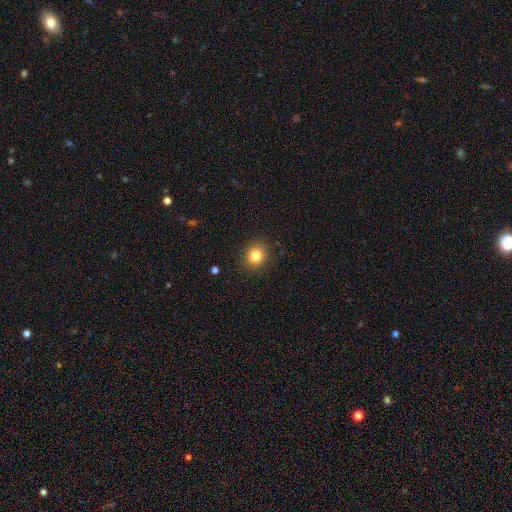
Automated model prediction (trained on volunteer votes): smooth_or_featured: smooth (p=0.83) [alt: star or artifact p=0.11]
how_rounded: round (p=0.83) [alt: in between p=0.16]
merging: none (p=0.88) [alt: minor disturbance p=0.08]